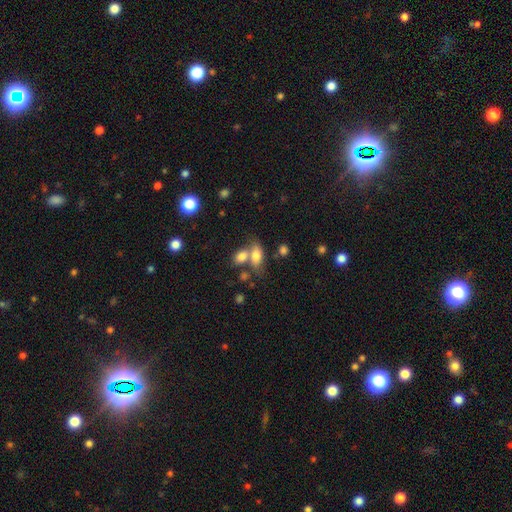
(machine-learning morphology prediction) Overall: smooth (77%). How rounded: in between (85%). Merging: merger (43%; none 41%).